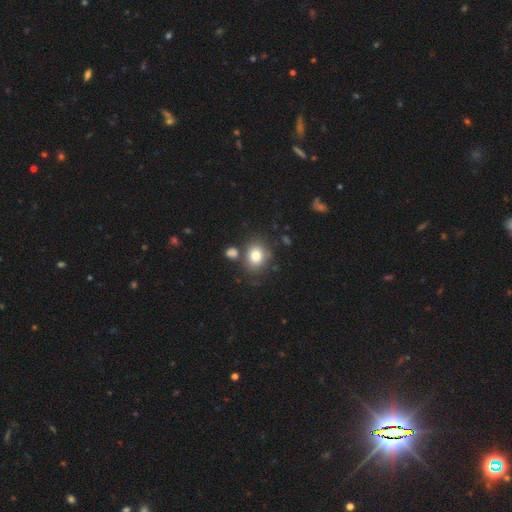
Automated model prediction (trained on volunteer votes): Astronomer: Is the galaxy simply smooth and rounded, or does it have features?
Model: smooth — 80%.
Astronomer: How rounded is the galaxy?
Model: round — 65%.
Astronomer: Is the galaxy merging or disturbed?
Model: none — 72%.